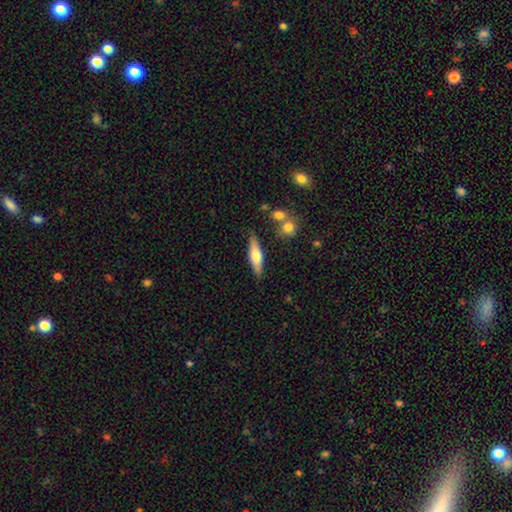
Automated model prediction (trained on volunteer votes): This is possibly a smooth galaxy (48%). Merging: clearly none (84%).